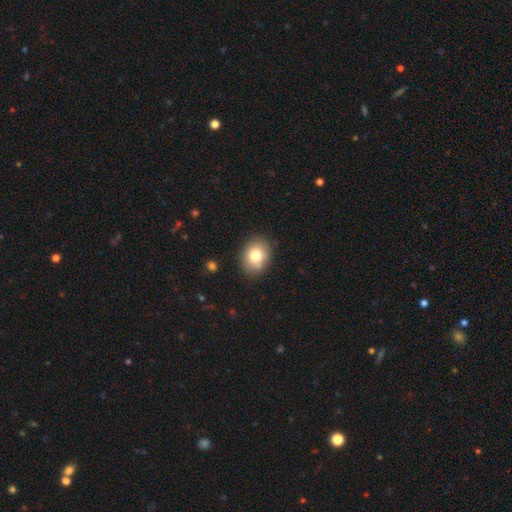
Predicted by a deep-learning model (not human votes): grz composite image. It shows a smooth galaxy with no disk features (77%) that is in between round and cigar-shaped (51%). Merging: none (81%).